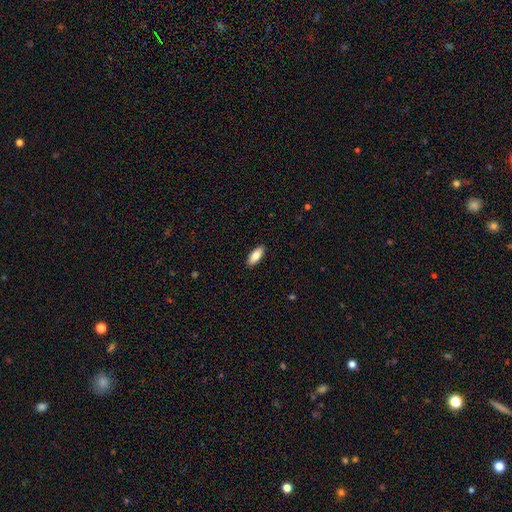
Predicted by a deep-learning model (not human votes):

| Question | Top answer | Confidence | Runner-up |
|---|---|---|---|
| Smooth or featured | smooth | 84% | featured or disk (11%) |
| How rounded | in between | 80% | cigar-shaped (18%) |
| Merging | none | 90% | minor disturbance (8%) |